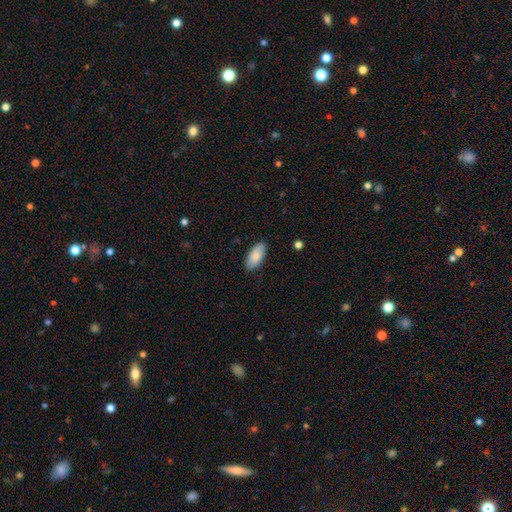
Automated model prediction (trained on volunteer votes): Q: Smooth or featured?
A: smooth (85%); runner-up: featured or disk (9%)
Q: How rounded?
A: in between (91%); runner-up: cigar-shaped (8%)
Q: Merging?
A: none (87%); runner-up: minor disturbance (10%)